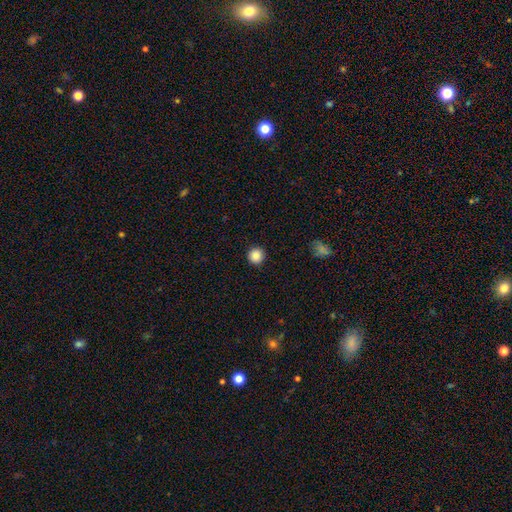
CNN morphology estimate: smooth_or_featured: smooth (p=0.87) [alt: star or artifact p=0.10]
how_rounded: round (p=0.96) [alt: in between p=0.04]
merging: none (p=0.92) [alt: minor disturbance p=0.05]